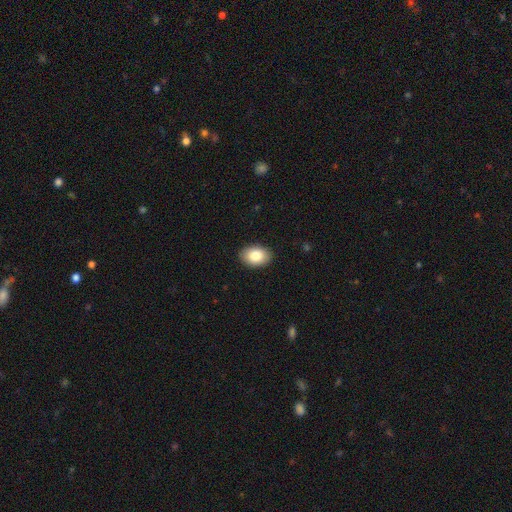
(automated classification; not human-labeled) smooth_or_featured: smooth (p=0.84) [alt: featured or disk p=0.09]
how_rounded: in between (p=0.84) [alt: round p=0.15]
merging: none (p=0.90) [alt: minor disturbance p=0.07]